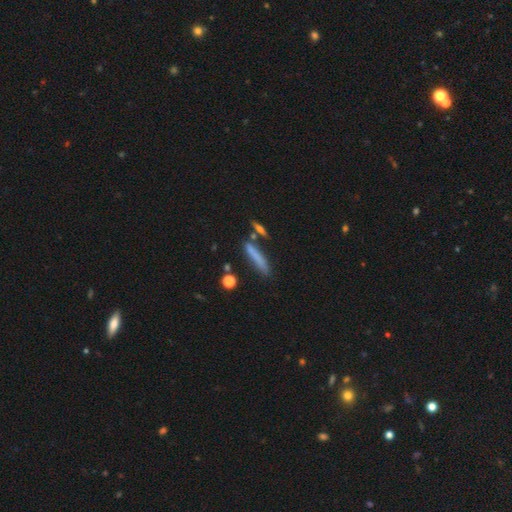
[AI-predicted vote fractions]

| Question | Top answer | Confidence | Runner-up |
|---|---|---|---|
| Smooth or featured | smooth | 69% | featured or disk (22%) |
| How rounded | cigar-shaped | 88% | in between (9%) |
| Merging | none | 70% | minor disturbance (14%) |